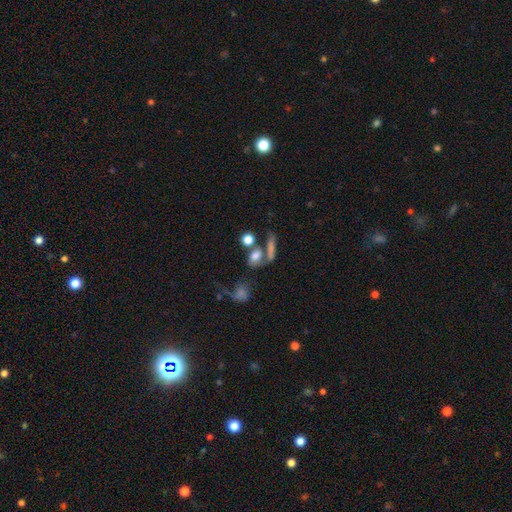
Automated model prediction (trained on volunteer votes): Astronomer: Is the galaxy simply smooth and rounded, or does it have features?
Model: smooth — 72%.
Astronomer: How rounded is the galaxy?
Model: in between — 49% (runner-up: round, 41%).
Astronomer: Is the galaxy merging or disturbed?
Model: none — 43% (runner-up: merger, 35%).